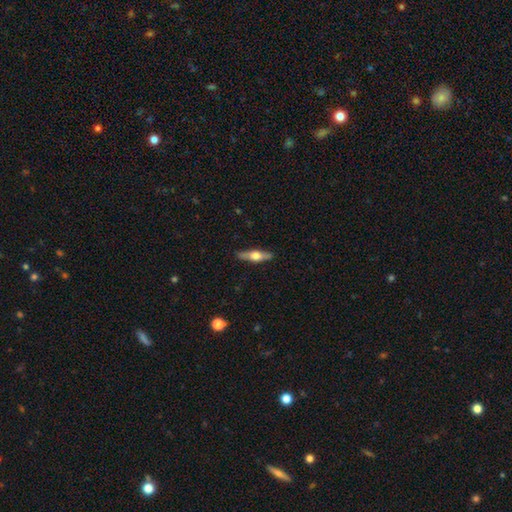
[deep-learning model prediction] Smooth or featured? featured or disk (57%)
Edge-on disk? yes (94%)
Edge-on bulge? rounded (94%)
Merging? none (89%)